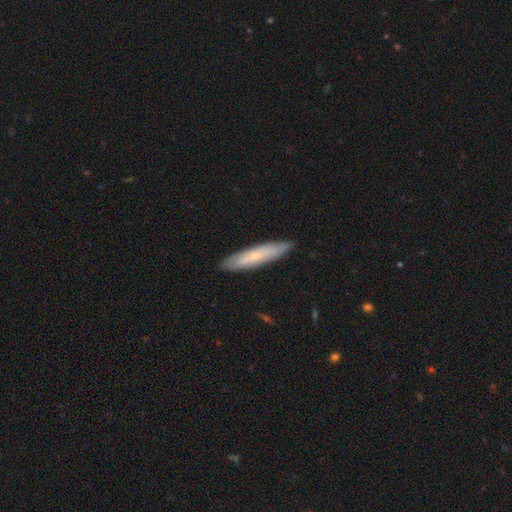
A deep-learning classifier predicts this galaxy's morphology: Smooth or featured: smooth — 56% (featured or disk — 37%)
How rounded: cigar-shaped — 83% (in between — 15%)
Merging: none — 87% (minor disturbance — 10%)